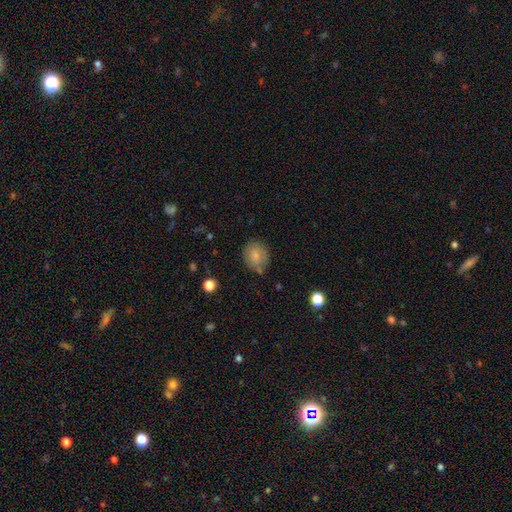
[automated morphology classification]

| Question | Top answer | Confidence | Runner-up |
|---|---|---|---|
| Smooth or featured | smooth | 79% | featured or disk (13%) |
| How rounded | round | 67% | in between (32%) |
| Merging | none | 69% | minor disturbance (21%) |